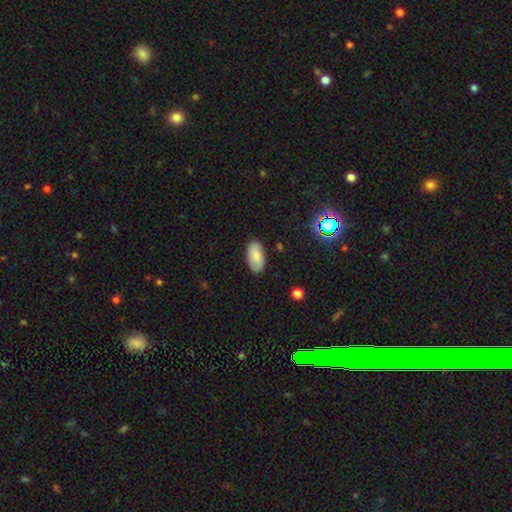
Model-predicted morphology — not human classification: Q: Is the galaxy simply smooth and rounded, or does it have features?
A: smooth — 81%.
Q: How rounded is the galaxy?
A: in between — 95%.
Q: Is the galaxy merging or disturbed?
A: none — 85%.